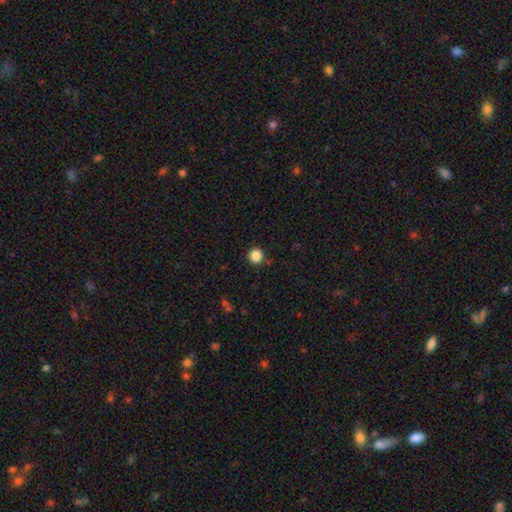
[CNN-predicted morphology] smooth-or-featured: smooth: 86% | star or artifact: 11% | featured or disk: 3%
  how-rounded: round: 96% | in between: 3% | cigar-shaped: 1%
  merging: none: 91% | minor disturbance: 6% | major disturbance: 2% | merger: 2%